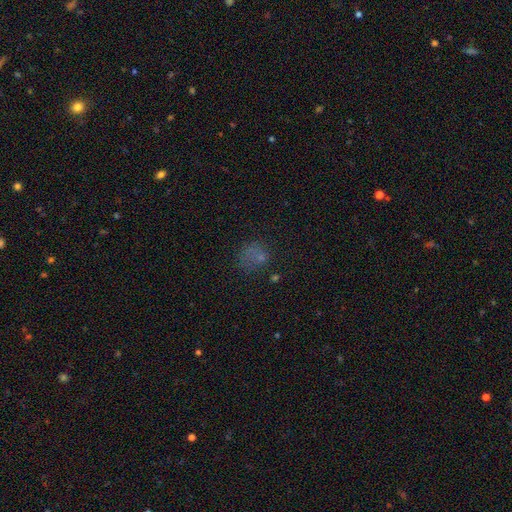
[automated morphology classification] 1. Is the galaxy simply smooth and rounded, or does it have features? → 54% smooth, 29% star or artifact, 16% featured or disk.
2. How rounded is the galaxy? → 74% round, 25% in between, 1% cigar-shaped.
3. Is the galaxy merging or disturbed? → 54% none, 19% major disturbance, 19% minor disturbance, 8% merger.